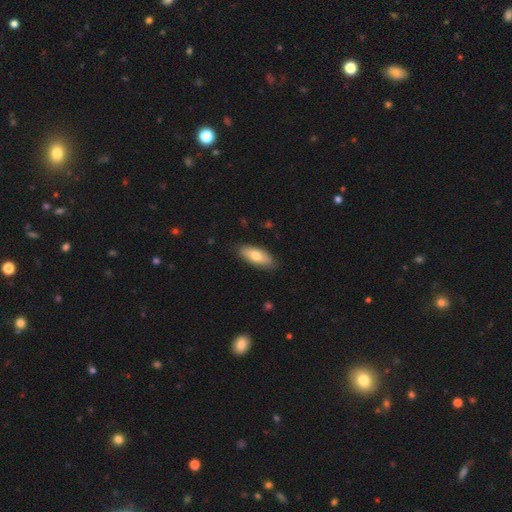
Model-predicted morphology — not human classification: smooth-or-featured: smooth: 73% | featured or disk: 21% | star or artifact: 5%
  how-rounded: in between: 81% | cigar-shaped: 17% | round: 2%
  merging: none: 85% | minor disturbance: 12% | major disturbance: 2% | merger: 1%